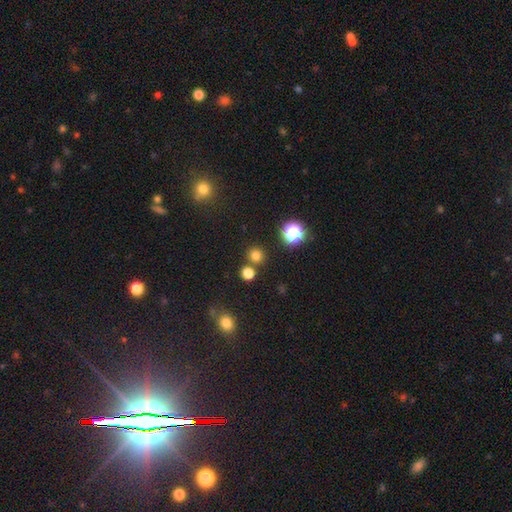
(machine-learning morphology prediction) The model was most divided on "smooth or featured": smooth: 75%, star or artifact: 20%, featured or disk: 5%. More confident: how rounded — round (92%); merging — none (79%).